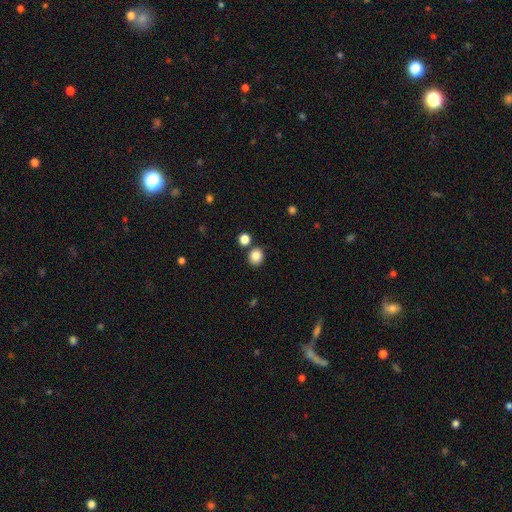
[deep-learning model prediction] Smooth or featured: smooth — 84% (star or artifact — 11%)
How rounded: round — 81% (in between — 18%)
Merging: none — 82% (merger — 8%)